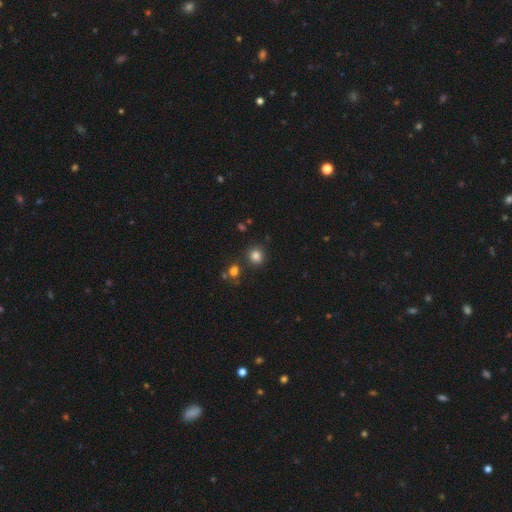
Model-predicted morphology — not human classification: Overall: smooth (82%). How rounded: round (80%). Merging: none (81%).